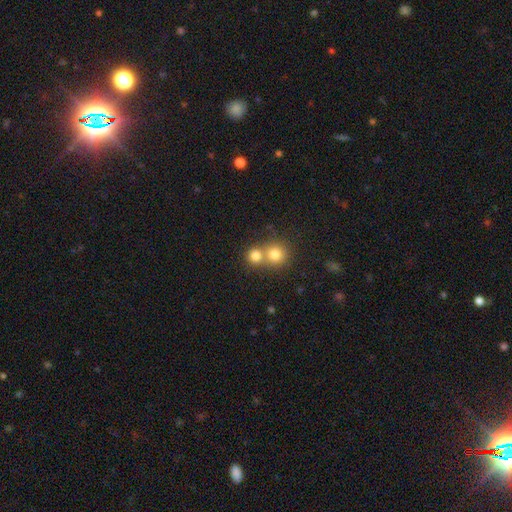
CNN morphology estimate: type=smooth (79%); roundness=round (87%); merging=merger (48%).